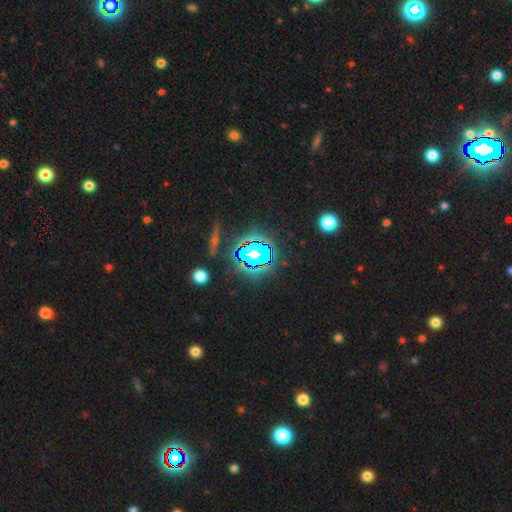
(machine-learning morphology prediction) smooth_or_featured: star or artifact (p=0.68) [alt: smooth p=0.16]